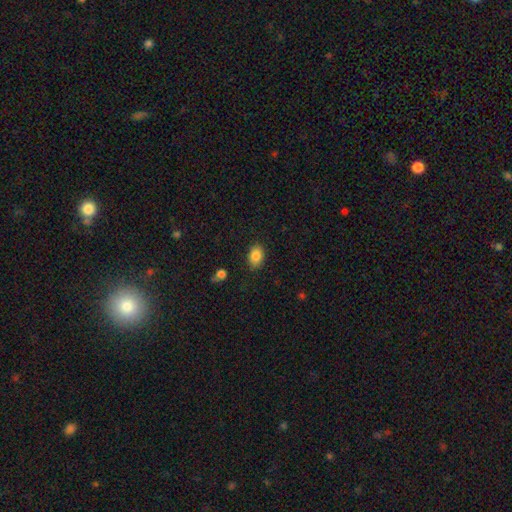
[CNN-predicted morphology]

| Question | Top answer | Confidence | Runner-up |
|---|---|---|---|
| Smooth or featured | smooth | 86% | star or artifact (9%) |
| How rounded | in between | 82% | round (17%) |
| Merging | none | 85% | minor disturbance (10%) |